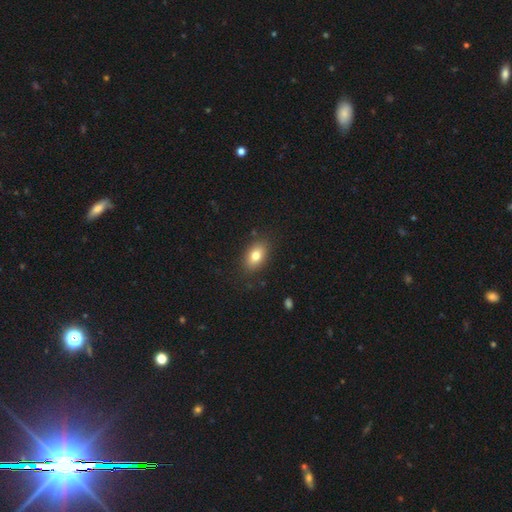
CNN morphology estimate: Smooth or featured: smooth — 79% (featured or disk — 12%)
How rounded: in between — 86% (round — 12%)
Merging: none — 86% (minor disturbance — 10%)